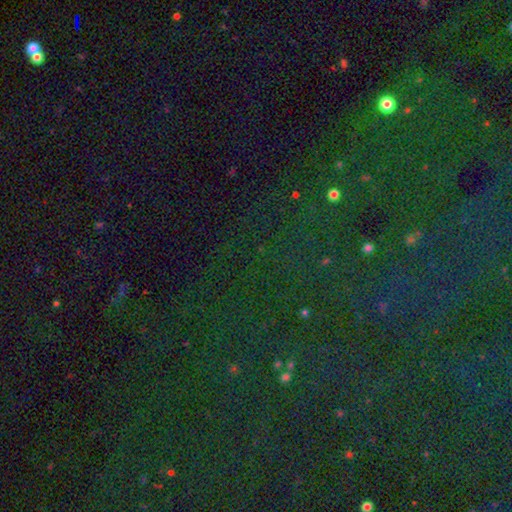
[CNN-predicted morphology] Smooth or featured: star or artifact — 82% (smooth — 10%)